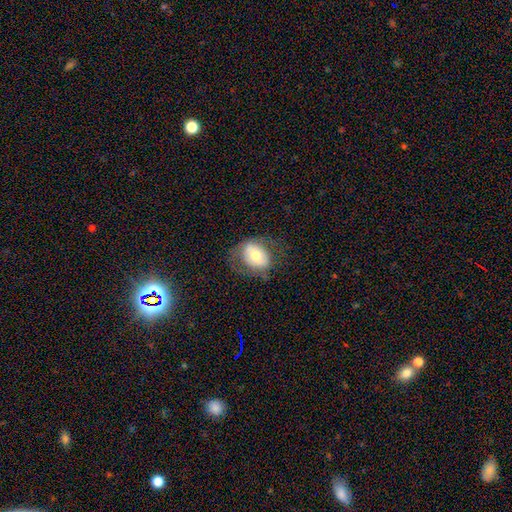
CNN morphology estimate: Overall: smooth (54%; featured or disk 39%). How rounded: in between (60%; round 39%). Merging: none (65%).